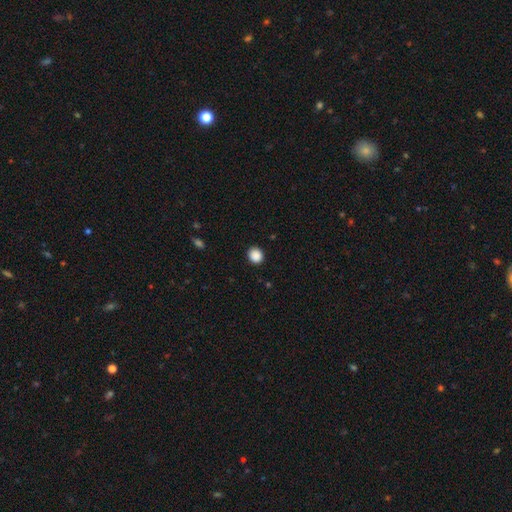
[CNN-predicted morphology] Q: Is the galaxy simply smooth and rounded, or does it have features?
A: smooth — 88%.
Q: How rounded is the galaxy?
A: round — 83%.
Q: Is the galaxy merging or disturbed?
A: none — 91%.